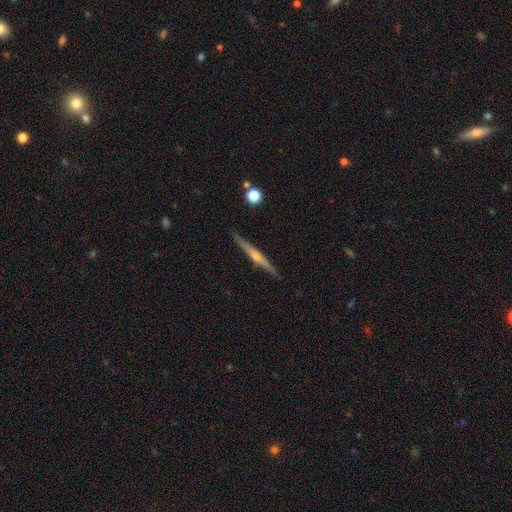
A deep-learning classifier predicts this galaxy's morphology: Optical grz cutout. It shows a featured or disk galaxy (76%) viewed edge-on (98%) with a rounded central bulge (79%). Merging: none (90%).